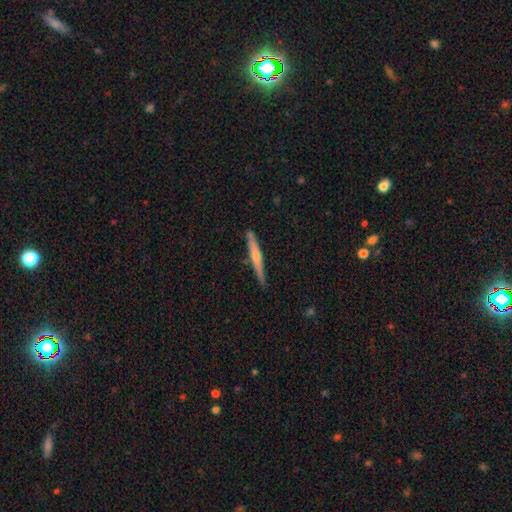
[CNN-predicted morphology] The model was most divided on "smooth or featured": featured or disk: 71%, smooth: 23%, star or artifact: 6%. More confident: edge-on disk — yes (97%); merging — none (89%); edge-on bulge — rounded (83%).